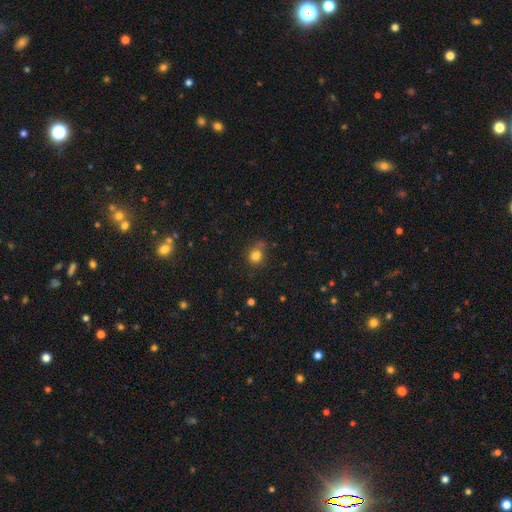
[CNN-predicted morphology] smooth_or_featured: smooth (p=0.81) [alt: star or artifact p=0.13]
how_rounded: round (p=0.76) [alt: in between p=0.23]
merging: none (p=0.62) [alt: minor disturbance p=0.21]